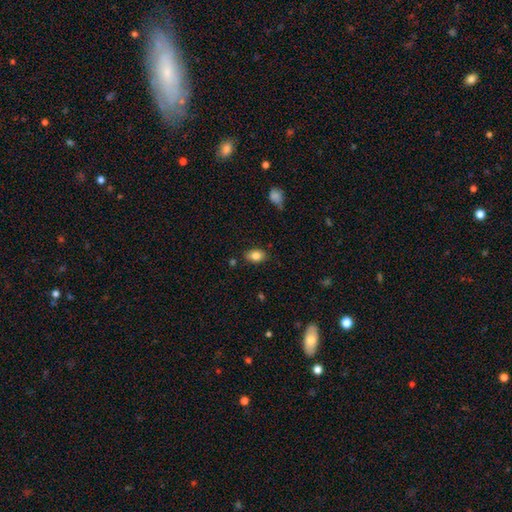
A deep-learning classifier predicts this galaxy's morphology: Smooth or featured: smooth — 84% (star or artifact — 8%)
How rounded: in between — 85% (round — 14%)
Merging: none — 81% (minor disturbance — 14%)